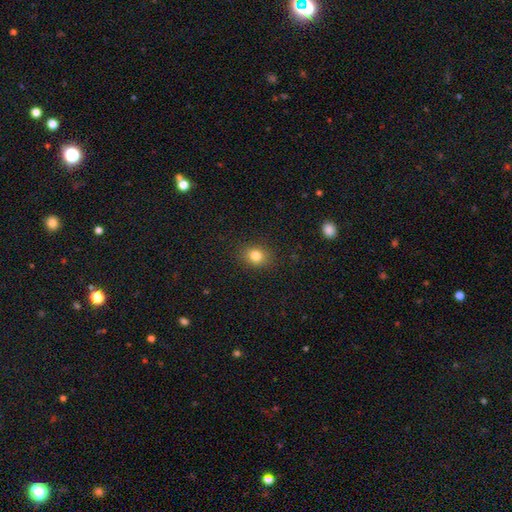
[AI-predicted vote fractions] This appears to be a smooth galaxy with no disk features (82%) that is round (57%). Merging: none (88%).